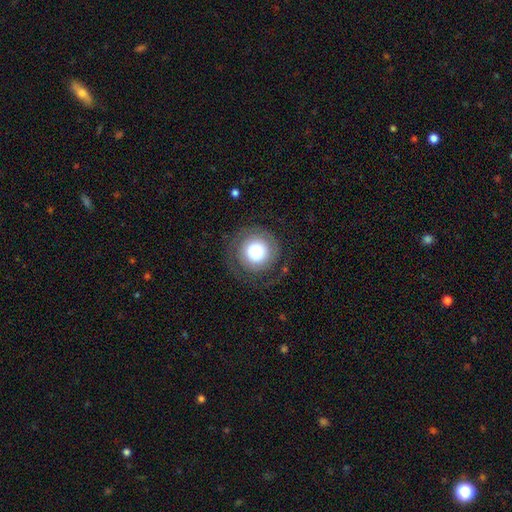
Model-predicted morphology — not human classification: Q: Smooth or featured?
A: smooth (58%); runner-up: featured or disk (33%)
Q: How rounded?
A: round (95%); runner-up: in between (4%)
Q: Merging?
A: none (76%); runner-up: minor disturbance (12%)